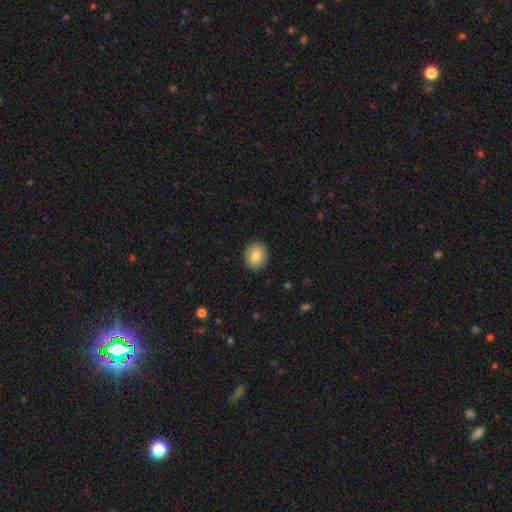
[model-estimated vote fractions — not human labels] smooth 80%, featured or disk 12%, star or artifact 7%. Down the decision tree: how rounded — round (55%); merging — none (89%).